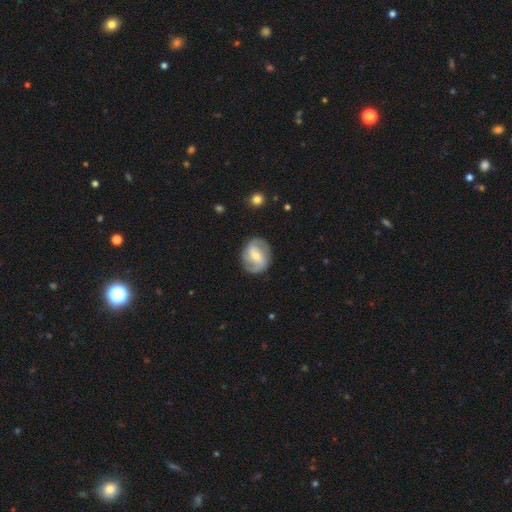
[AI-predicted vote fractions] Overall: featured or disk (82%). Edge-on disk: no (97%). Bar: weak (47%; no 27%). Spiral arms: yes (94%). Spiral arm count: 2 (83%). Spiral winding: medium (49%; tight 32%). Bulge size: small (49%; moderate 46%). Merging: none (82%).